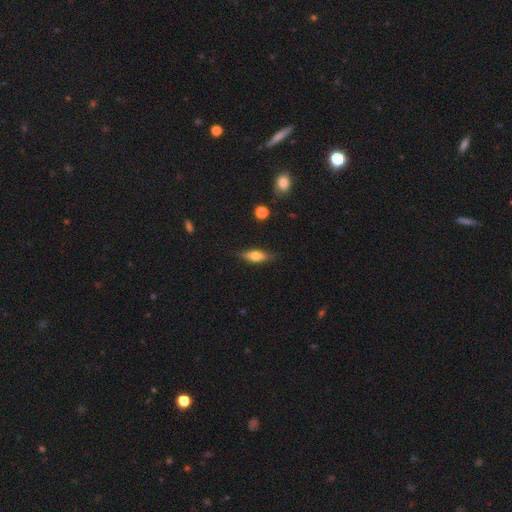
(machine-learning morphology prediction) This is possibly a smooth galaxy (58%). How rounded: possibly in between (53%). Merging: clearly none (83%).